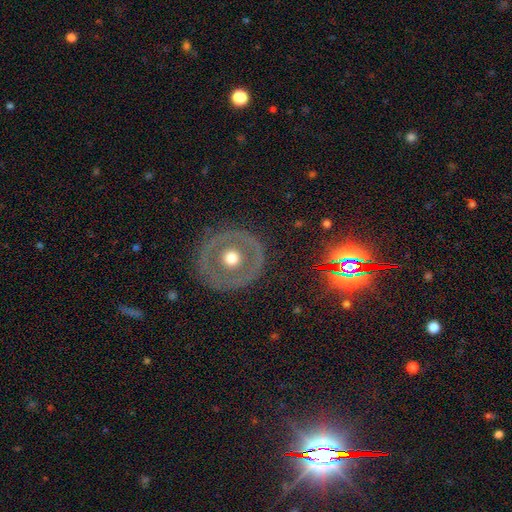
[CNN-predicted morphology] Smooth or featured? featured or disk (63%)
Edge-on disk? no (92%)
Bar? no (76%)
Spiral arms? no (83%)
Bulge size? moderate (73%)
Merging? none (84%)